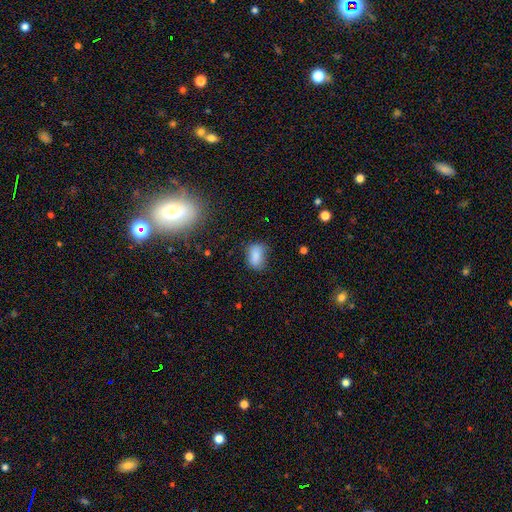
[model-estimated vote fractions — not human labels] Morphology: type=smooth (83%); roundness=in between (83%); merging=none (63%).